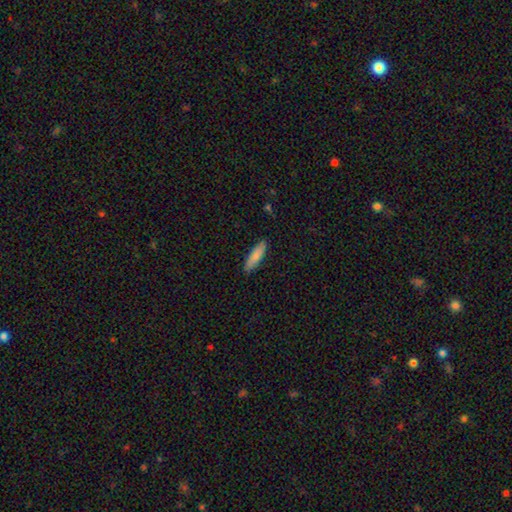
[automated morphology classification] Overall: smooth (84%). How rounded: cigar-shaped (69%; in between 30%). Merging: none (88%).